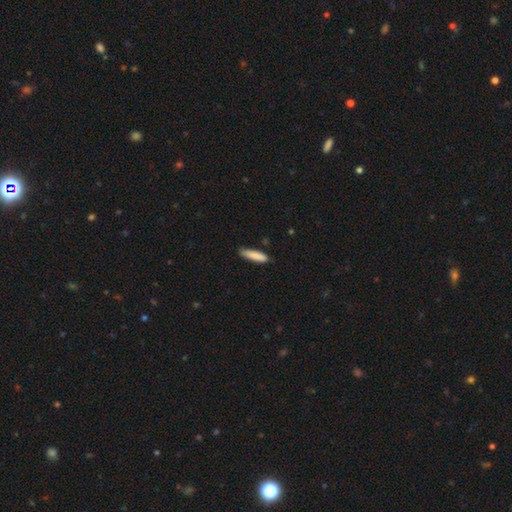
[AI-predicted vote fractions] Q: Smooth or featured?
A: smooth (87%); runner-up: featured or disk (7%)
Q: How rounded?
A: cigar-shaped (74%); runner-up: in between (24%)
Q: Merging?
A: none (81%); runner-up: minor disturbance (15%)